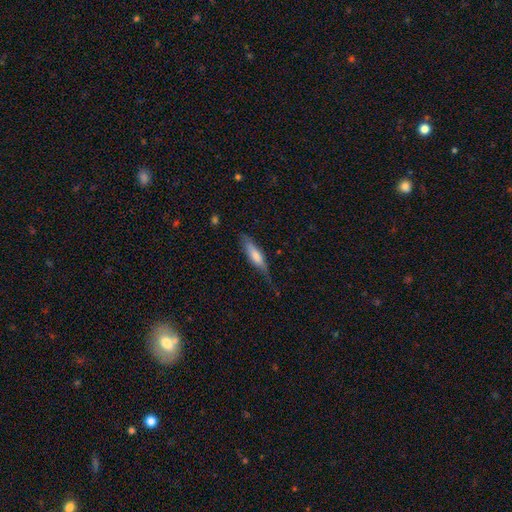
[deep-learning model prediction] Smooth or featured: smooth — 61% (featured or disk — 33%)
How rounded: cigar-shaped — 66% (in between — 32%)
Merging: none — 58% (minor disturbance — 30%)